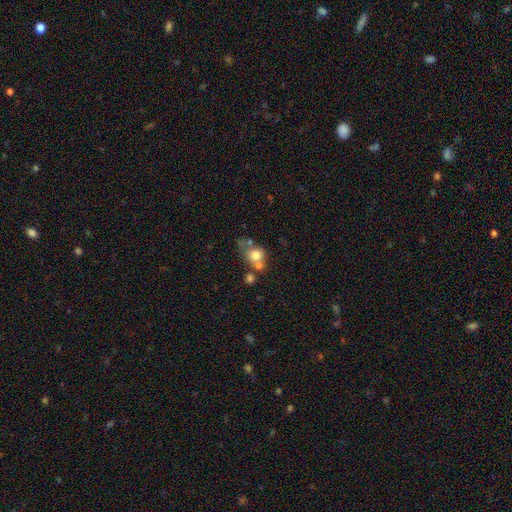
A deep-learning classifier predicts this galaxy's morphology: This is likely a smooth galaxy (69%). How rounded: likely round (63%). Merging: marginally merger (43%).